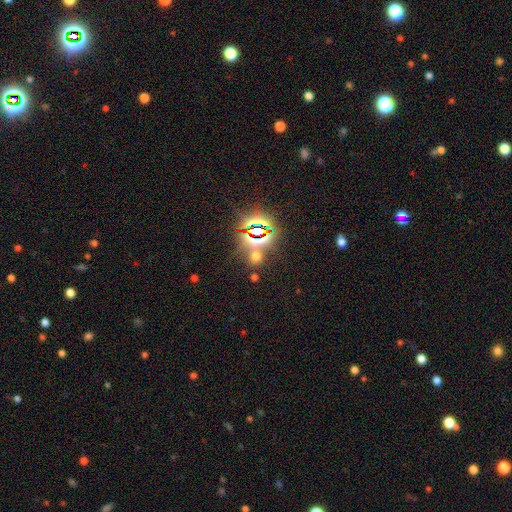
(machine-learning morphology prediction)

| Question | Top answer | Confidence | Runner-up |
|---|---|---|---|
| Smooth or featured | star or artifact | 56% | smooth (37%) |